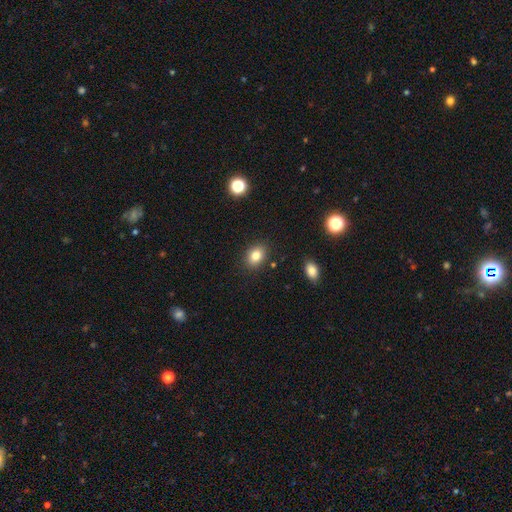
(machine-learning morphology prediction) A smooth galaxy with no disk features (82%) that is in between round and cigar-shaped (63%).

Vote fractions:
- Smooth or featured? smooth: 82% / star or artifact: 10% / featured or disk: 7%
- How rounded? in between: 63% / round: 36% / cigar-shaped: 1%
- Merging? none: 87% / minor disturbance: 9% / major disturbance: 2% / merger: 2%